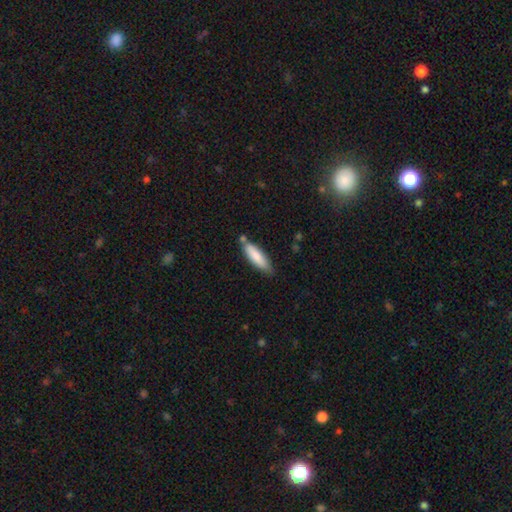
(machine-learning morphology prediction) The model was most divided on "how rounded": cigar-shaped: 58%, in between: 41%, round: 1%. More confident: smooth or featured — smooth (82%); merging — none (66%).